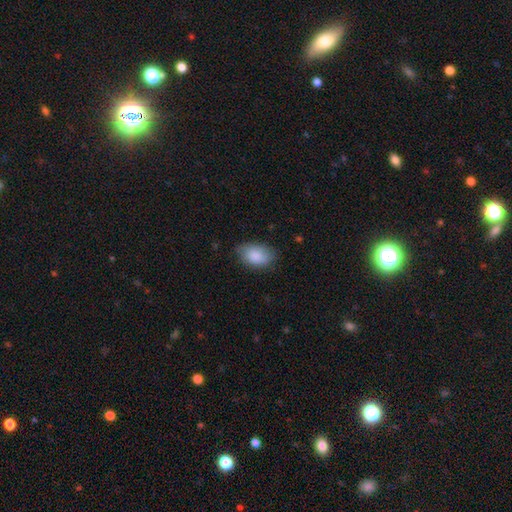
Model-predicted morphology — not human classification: Q: Smooth or featured?
A: smooth (87%); runner-up: featured or disk (7%)
Q: How rounded?
A: in between (91%); runner-up: round (7%)
Q: Merging?
A: none (74%); runner-up: minor disturbance (21%)